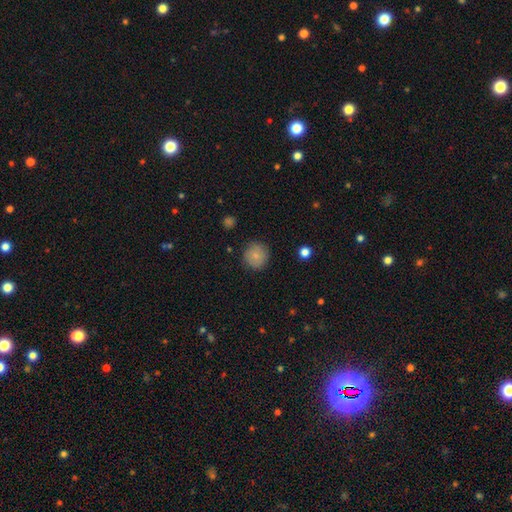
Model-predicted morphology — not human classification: Smooth or featured? smooth (82%)
How rounded? round (93%)
Merging? none (86%)